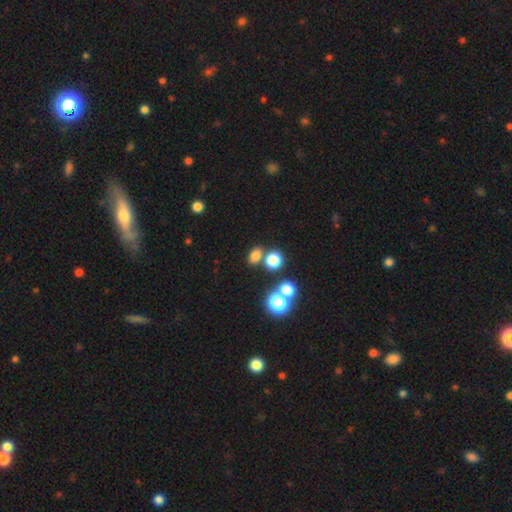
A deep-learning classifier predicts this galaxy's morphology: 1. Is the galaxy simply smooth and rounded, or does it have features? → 76% smooth, 17% star or artifact, 7% featured or disk.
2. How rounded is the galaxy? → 54% in between, 45% round, 2% cigar-shaped.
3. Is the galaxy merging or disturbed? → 65% none, 21% merger, 10% minor disturbance, 4% major disturbance.